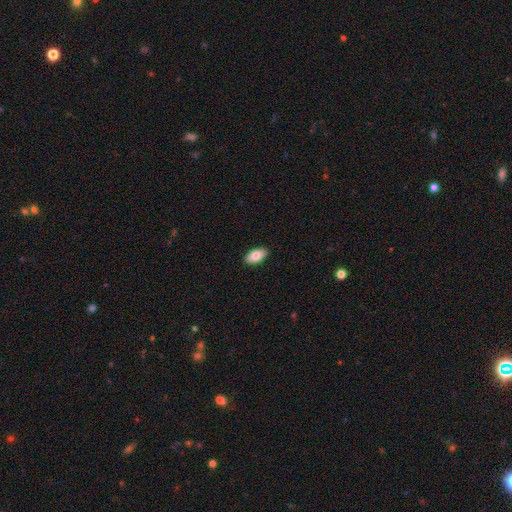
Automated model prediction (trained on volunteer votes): Morphology: type=smooth (82%); roundness=in between (94%); merging=none (91%).